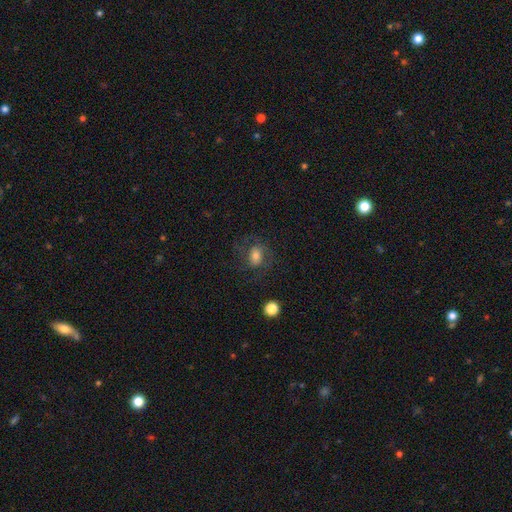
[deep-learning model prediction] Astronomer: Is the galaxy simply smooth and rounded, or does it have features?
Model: smooth — 52% (runner-up: featured or disk, 37%).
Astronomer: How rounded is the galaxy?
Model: in between — 53% (runner-up: round, 45%).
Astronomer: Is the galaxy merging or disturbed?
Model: none — 61%.